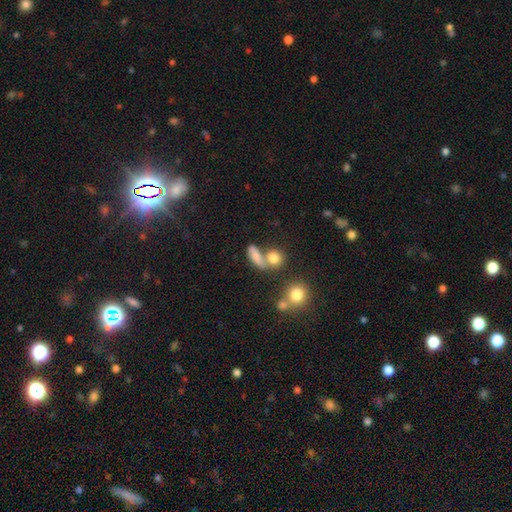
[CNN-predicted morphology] This is likely a smooth galaxy (74%). How rounded: possibly in between (58%). Merging: marginally merger (39%).